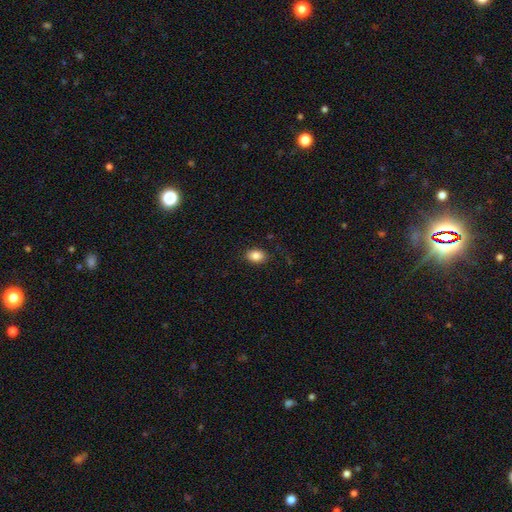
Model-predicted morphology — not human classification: Q: Smooth or featured?
A: smooth (86%); runner-up: star or artifact (9%)
Q: How rounded?
A: in between (78%); runner-up: round (21%)
Q: Merging?
A: none (87%); runner-up: minor disturbance (10%)